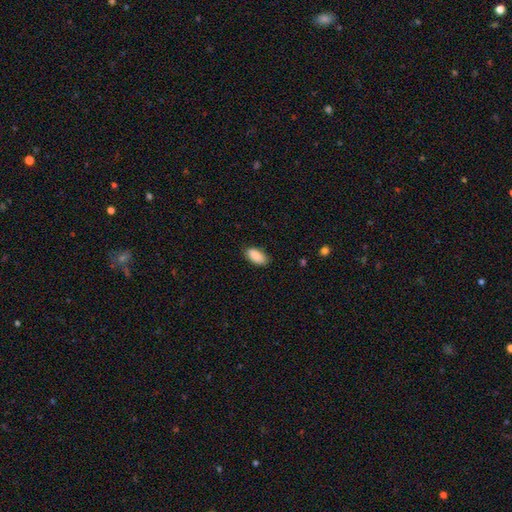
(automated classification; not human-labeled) A smooth galaxy with no disk features (87%) that is in between round and cigar-shaped (92%). Merging: none (84%).